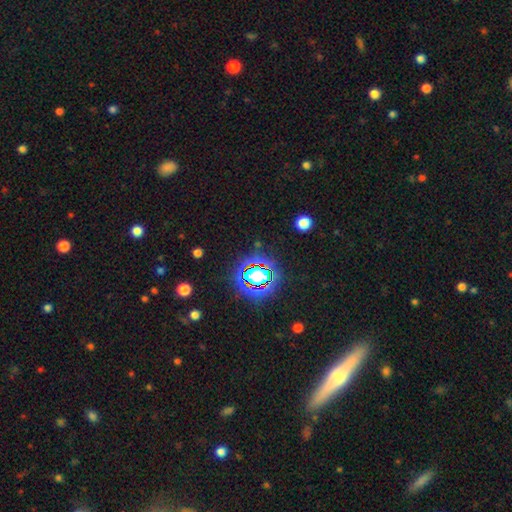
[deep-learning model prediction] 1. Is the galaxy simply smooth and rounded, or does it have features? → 52% star or artifact, 27% featured or disk, 21% smooth.